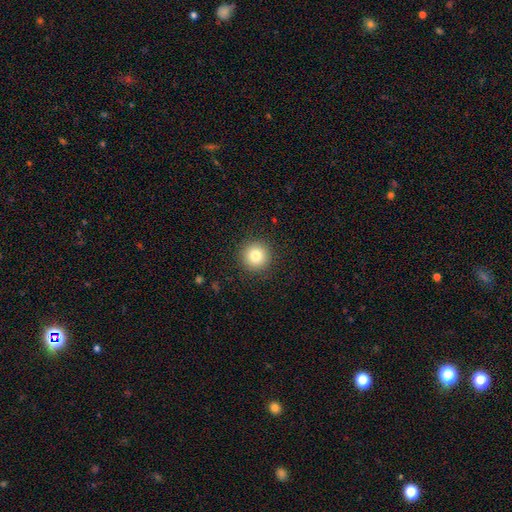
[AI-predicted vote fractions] A smooth galaxy with no disk features (81%) that is round (95%).

Vote fractions:
- Smooth or featured? smooth: 81% / star or artifact: 11% / featured or disk: 8%
- How rounded? round: 95% / in between: 4% / cigar-shaped: 1%
- Merging? none: 92% / minor disturbance: 5% / major disturbance: 2% / merger: 1%